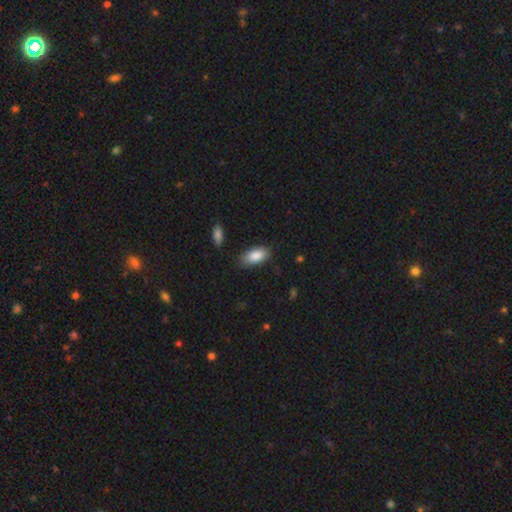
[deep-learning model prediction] Smooth or featured? Predicted: smooth (p=0.87). How rounded? Predicted: in between (p=0.91). Merging? Predicted: none (p=0.78).